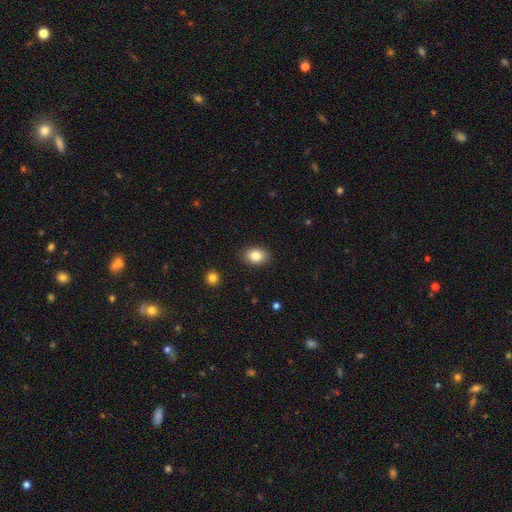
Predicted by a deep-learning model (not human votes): This is clearly a smooth galaxy (84%). How rounded: likely in between (74%). Merging: clearly none (89%).